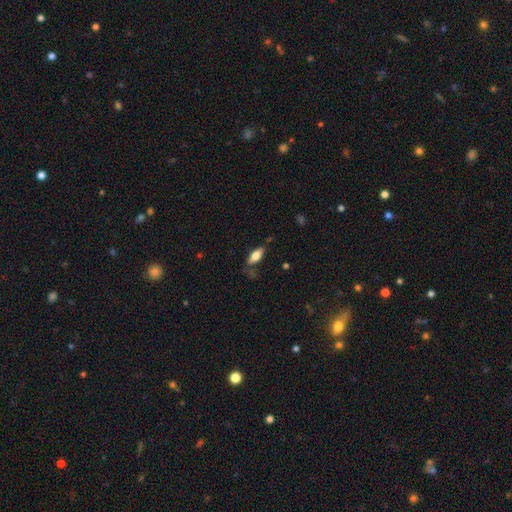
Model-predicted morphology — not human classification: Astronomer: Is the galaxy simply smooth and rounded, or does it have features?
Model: smooth — 69%.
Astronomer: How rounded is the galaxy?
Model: in between — 75%.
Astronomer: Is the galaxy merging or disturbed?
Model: none — 72%.